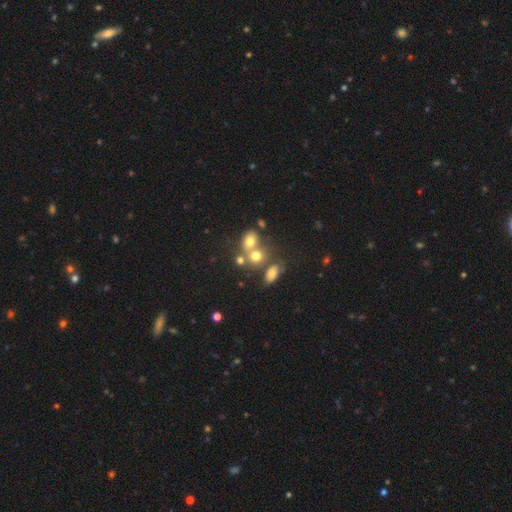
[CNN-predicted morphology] Q: Smooth or featured?
A: smooth (68%); runner-up: star or artifact (16%)
Q: How rounded?
A: round (61%); runner-up: in between (37%)
Q: Merging?
A: merger (45%); runner-up: none (38%)